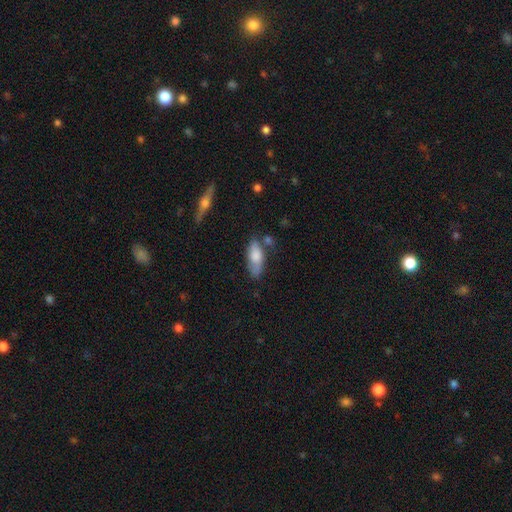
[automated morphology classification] A smooth galaxy with no disk features (73%) that is in between round and cigar-shaped (75%). Merging: none (59%).